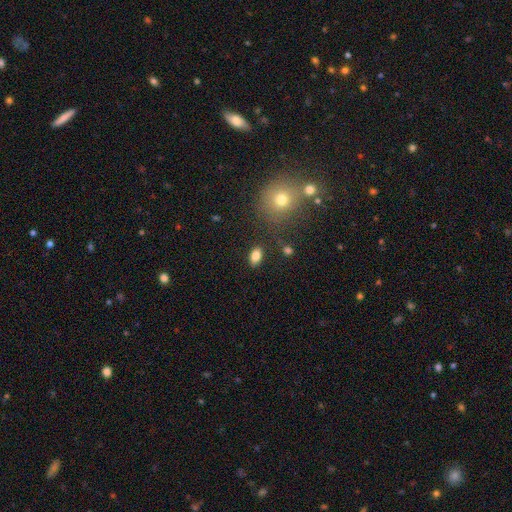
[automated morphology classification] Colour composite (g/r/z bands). It shows a smooth galaxy with no disk features (82%) that is in between round and cigar-shaped (88%). Merging: none (85%).